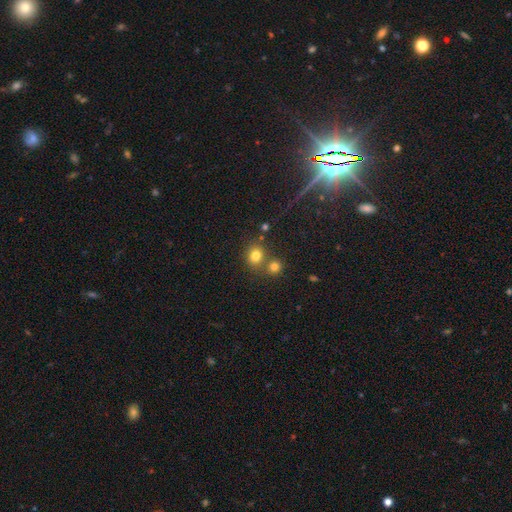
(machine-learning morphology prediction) Overall: smooth (78%). How rounded: round (75%). Merging: none (63%; merger 25%).